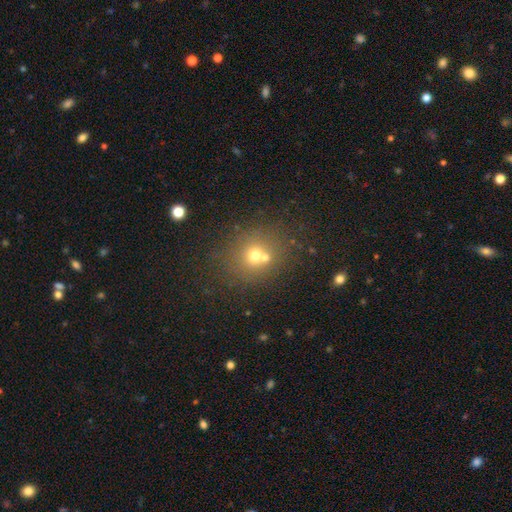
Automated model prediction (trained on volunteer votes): Smooth or featured?
  - smooth: 63% *
  - star or artifact: 20%
  - featured or disk: 17%
How rounded?
  - round: 80% *
  - in between: 20%
  - cigar-shaped: 1%
Merging?
  - none: 53% *
  - merger: 35%
  - minor disturbance: 9%
  - major disturbance: 4%